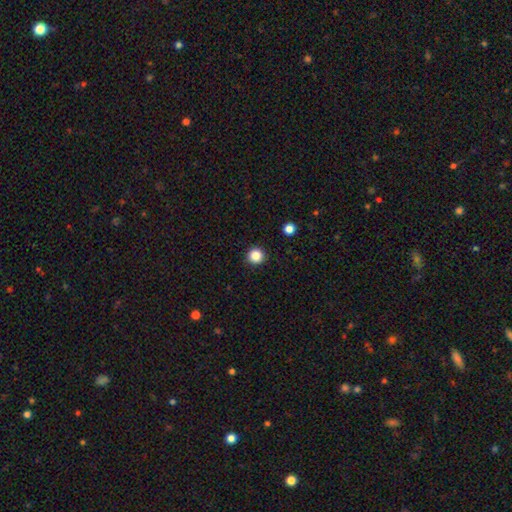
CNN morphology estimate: type=smooth (86%); roundness=round (95%); merging=none (92%).